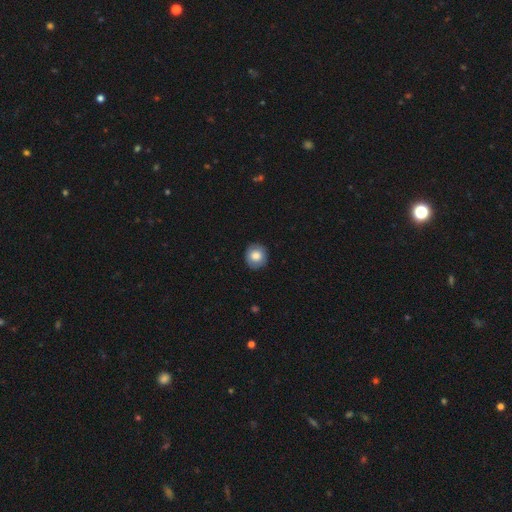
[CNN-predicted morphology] Q: Smooth or featured?
A: smooth (81%); runner-up: featured or disk (11%)
Q: How rounded?
A: round (88%); runner-up: in between (11%)
Q: Merging?
A: none (89%); runner-up: minor disturbance (8%)